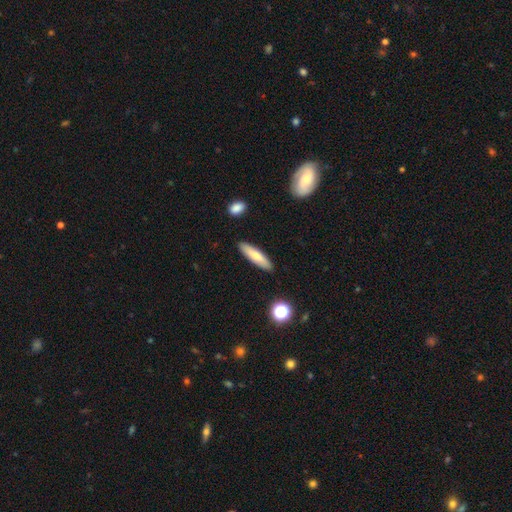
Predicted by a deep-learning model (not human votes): A smooth galaxy with no disk features (70%) that is cigar-shaped (73%). Merging: none (88%).